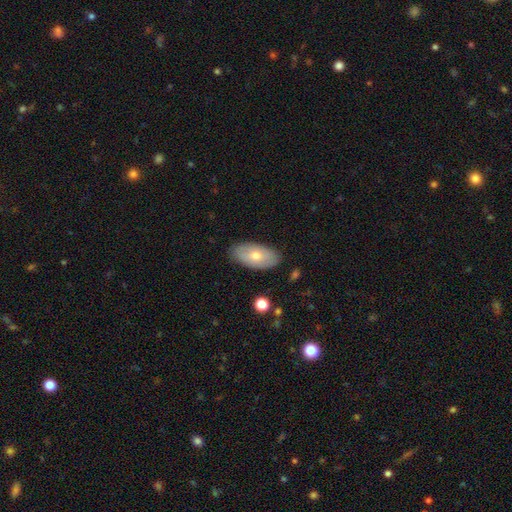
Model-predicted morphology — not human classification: Smooth or featured? smooth (60%)
How rounded? in between (93%)
Merging? none (85%)